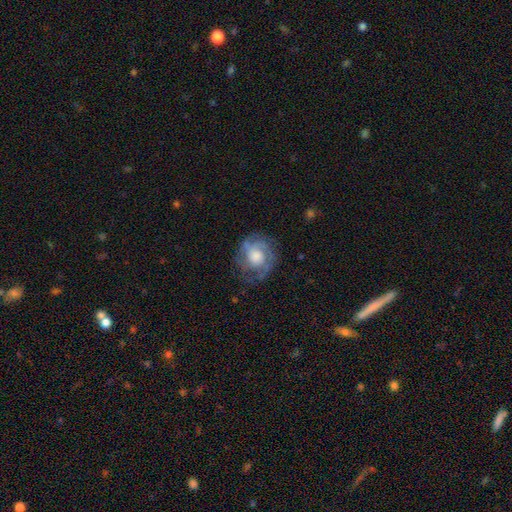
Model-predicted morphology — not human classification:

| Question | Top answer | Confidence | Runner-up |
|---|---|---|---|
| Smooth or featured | featured or disk | 66% | smooth (26%) |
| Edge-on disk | no | 97% | yes (3%) |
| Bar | no | 77% | weak (20%) |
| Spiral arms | yes | 85% | no (15%) |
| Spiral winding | tight | 54% | medium (34%) |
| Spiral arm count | can't tell | 37% | 2 (26%) |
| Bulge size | moderate | 44% | large (37%) |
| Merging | none | 69% | minor disturbance (19%) |